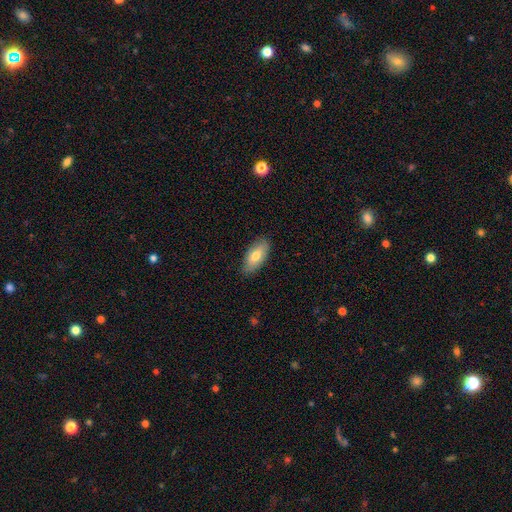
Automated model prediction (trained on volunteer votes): Overall: smooth (75%). How rounded: in between (88%). Merging: none (83%).